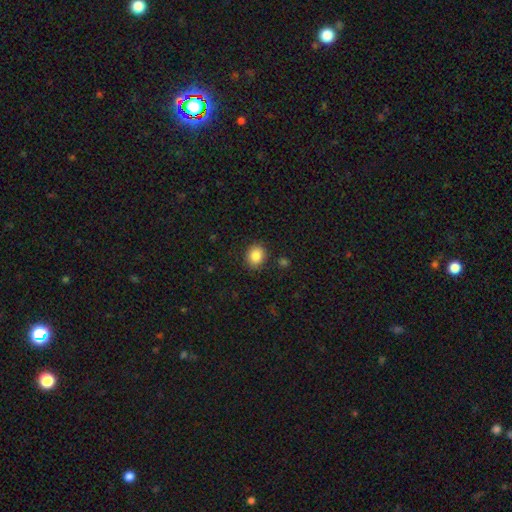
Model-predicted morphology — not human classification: Smooth or featured? smooth (86%)
How rounded? round (72%)
Merging? none (86%)